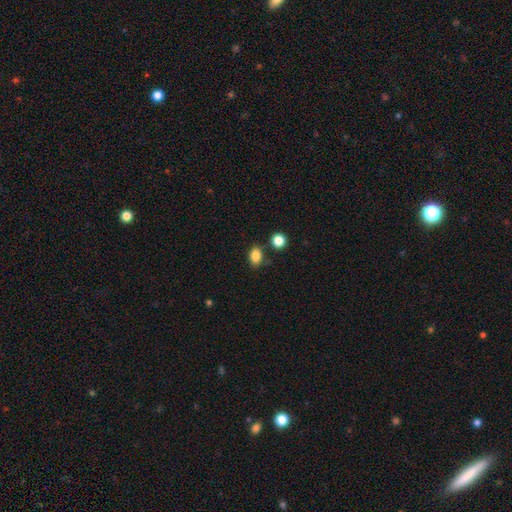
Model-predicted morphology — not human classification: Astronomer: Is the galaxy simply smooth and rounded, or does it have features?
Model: smooth — 84%.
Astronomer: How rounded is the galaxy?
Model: in between — 74%.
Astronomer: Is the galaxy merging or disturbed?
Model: none — 76%.